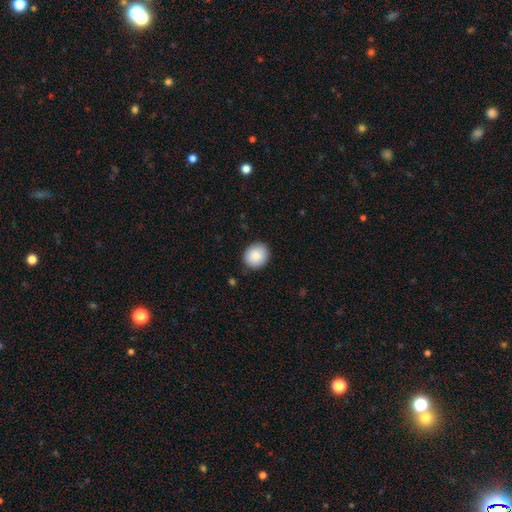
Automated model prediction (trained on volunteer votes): This is clearly a smooth galaxy (87%). How rounded: likely round (71%). Merging: clearly none (88%).